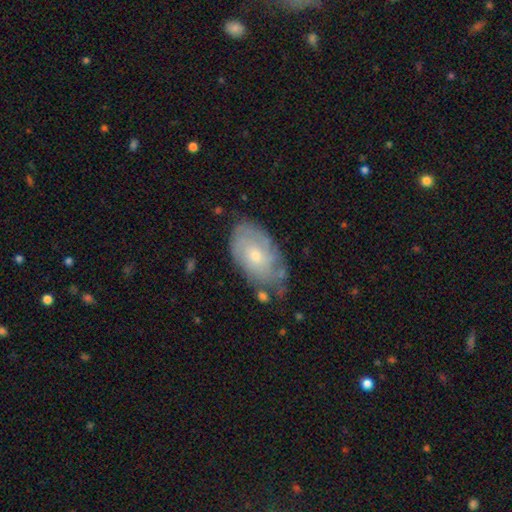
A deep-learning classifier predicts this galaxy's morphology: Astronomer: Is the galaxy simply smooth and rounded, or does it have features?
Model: featured or disk — 53% (runner-up: smooth, 40%).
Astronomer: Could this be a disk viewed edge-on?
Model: no — 93%.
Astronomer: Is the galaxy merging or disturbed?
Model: none — 61%.